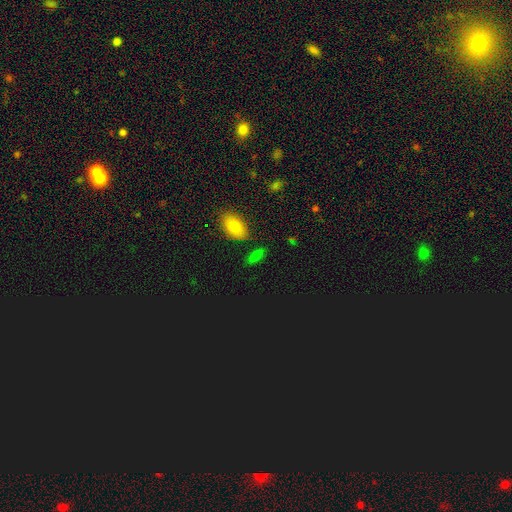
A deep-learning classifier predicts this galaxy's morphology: Smooth or featured?
  - smooth: 68% *
  - star or artifact: 23%
  - featured or disk: 10%
How rounded?
  - in between: 76% *
  - cigar-shaped: 15%
  - round: 9%
Merging?
  - none: 77% *
  - minor disturbance: 13%
  - merger: 5%
  - major disturbance: 4%